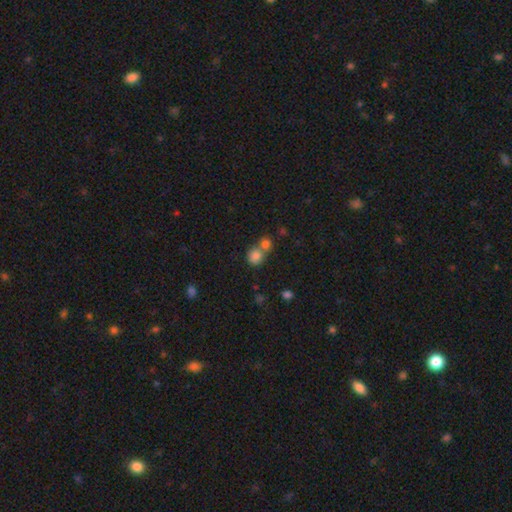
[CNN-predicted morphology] Smooth or featured? Predicted: smooth (p=0.80). How rounded? Predicted: round (p=0.83). Merging? Predicted: merger (p=0.47).